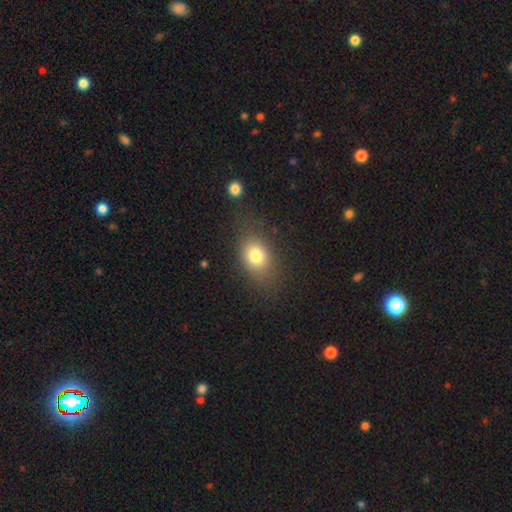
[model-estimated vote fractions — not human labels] smooth 78%, star or artifact 11%, featured or disk 11%. Down the decision tree: how rounded — in between (64%); merging — none (74%).